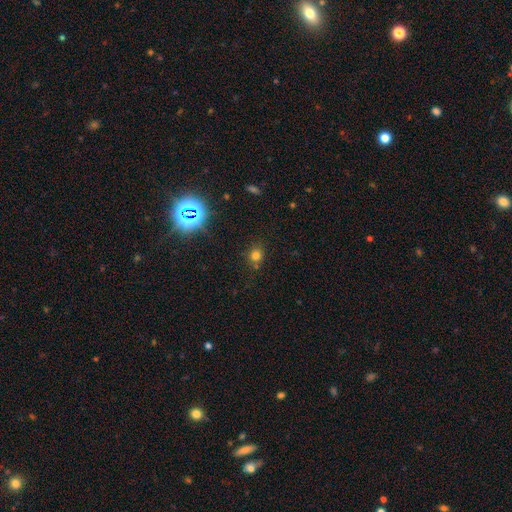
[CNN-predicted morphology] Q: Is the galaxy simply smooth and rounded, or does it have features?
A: smooth — 70%.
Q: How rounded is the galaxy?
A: round — 79%.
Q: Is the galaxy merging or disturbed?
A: none — 79%.